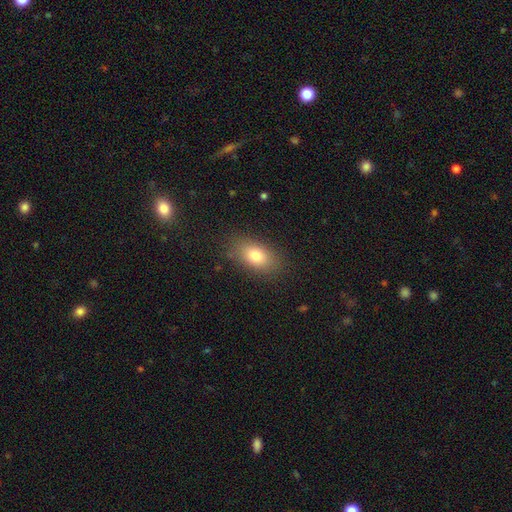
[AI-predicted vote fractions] The model was most divided on "smooth or featured": smooth: 79%, featured or disk: 12%, star or artifact: 10%. More confident: how rounded — in between (85%); merging — none (84%).